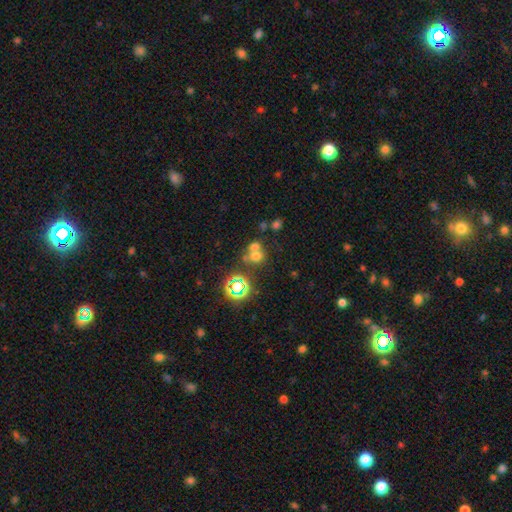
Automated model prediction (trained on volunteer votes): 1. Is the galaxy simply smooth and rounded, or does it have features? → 57% smooth, 26% star or artifact, 17% featured or disk.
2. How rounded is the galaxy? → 75% round, 24% in between, 1% cigar-shaped.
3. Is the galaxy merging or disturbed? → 51% merger, 38% none, 7% minor disturbance, 4% major disturbance.